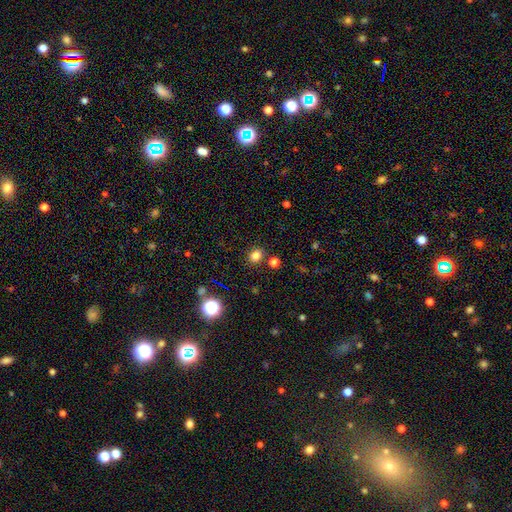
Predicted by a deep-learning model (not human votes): smooth-or-featured: smooth: 79% | star or artifact: 16% | featured or disk: 5%
  how-rounded: round: 68% | in between: 31% | cigar-shaped: 1%
  merging: none: 84% | minor disturbance: 8% | merger: 5% | major disturbance: 3%